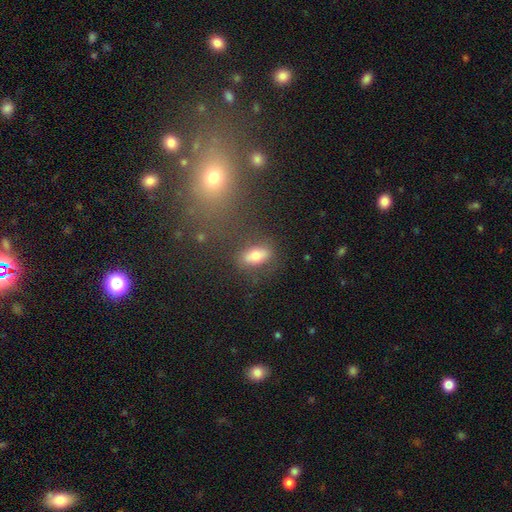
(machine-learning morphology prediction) Q: Smooth or featured?
A: smooth (69%); runner-up: featured or disk (21%)
Q: How rounded?
A: in between (82%); runner-up: round (10%)
Q: Merging?
A: none (75%); runner-up: minor disturbance (14%)